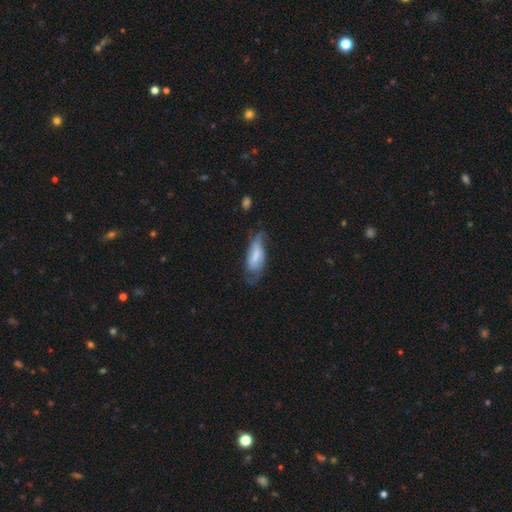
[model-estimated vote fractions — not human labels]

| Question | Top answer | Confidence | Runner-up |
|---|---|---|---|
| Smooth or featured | smooth | 50% | featured or disk (42%) |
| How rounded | in between | 78% | cigar-shaped (19%) |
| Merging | none | 42% | minor disturbance (32%) |